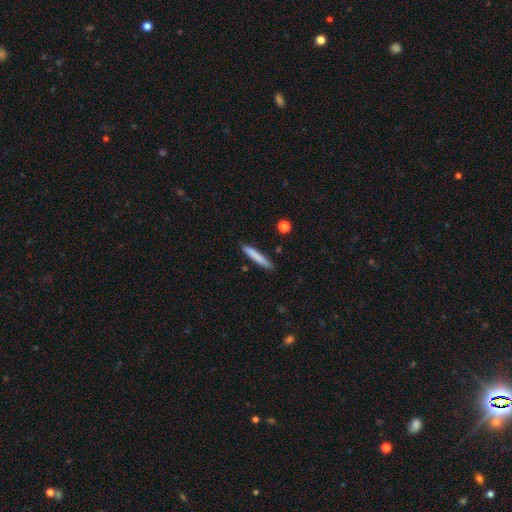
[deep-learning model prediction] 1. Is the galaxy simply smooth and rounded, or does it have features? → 78% smooth, 16% featured or disk, 6% star or artifact.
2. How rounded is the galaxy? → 94% cigar-shaped, 4% in between, 1% round.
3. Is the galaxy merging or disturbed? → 86% none, 10% minor disturbance, 2% merger, 2% major disturbance.